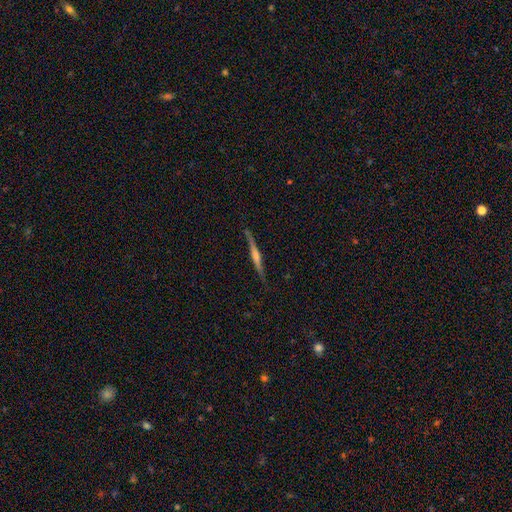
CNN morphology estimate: The model was most divided on "edge-on bulge": rounded: 47%, boxy: 27%, none: 26%. More confident: edge-on disk — yes (97%); merging — none (83%); smooth or featured — featured or disk (65%).